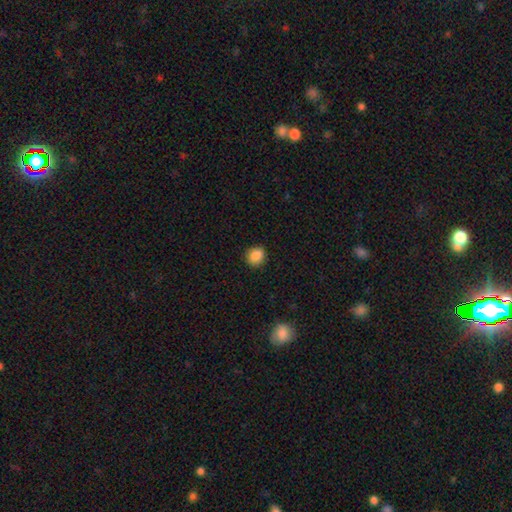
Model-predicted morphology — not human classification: Smooth or featured: smooth — 87% (star or artifact — 9%)
How rounded: round — 72% (in between — 27%)
Merging: none — 85% (minor disturbance — 12%)